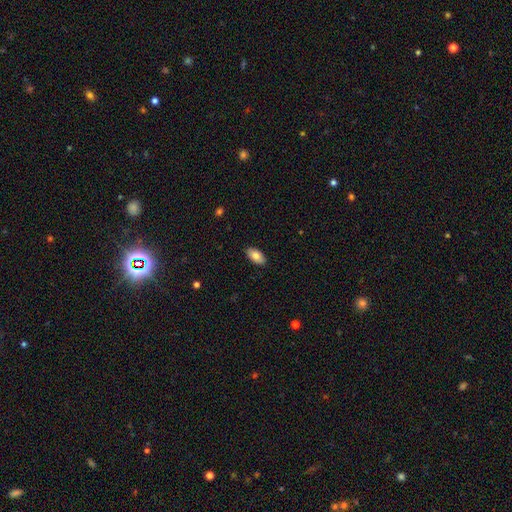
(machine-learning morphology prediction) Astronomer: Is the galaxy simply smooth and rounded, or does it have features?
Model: smooth — 81%.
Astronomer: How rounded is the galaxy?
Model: in between — 93%.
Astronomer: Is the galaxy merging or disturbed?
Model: none — 89%.